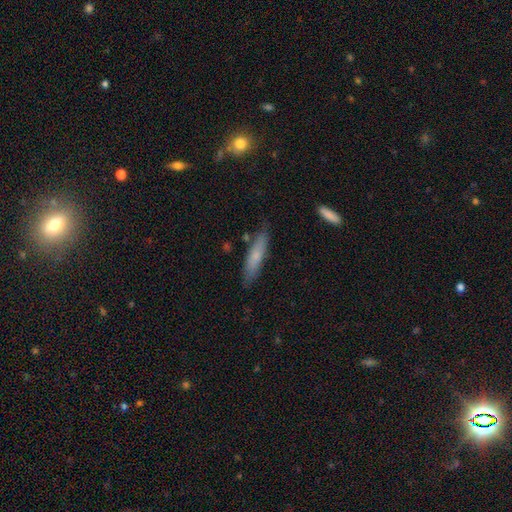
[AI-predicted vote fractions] smooth 67%, featured or disk 27%, star or artifact 6%. Down the decision tree: how rounded — cigar-shaped (82%); merging — none (80%).